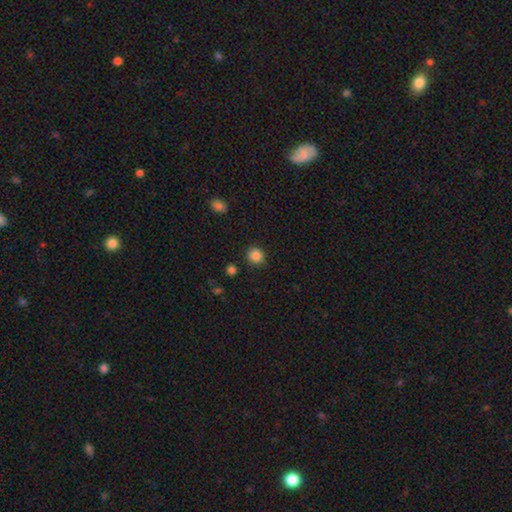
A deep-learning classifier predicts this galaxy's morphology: Smooth or featured? Predicted: smooth (p=0.86). How rounded? Predicted: round (p=0.90). Merging? Predicted: none (p=0.87).